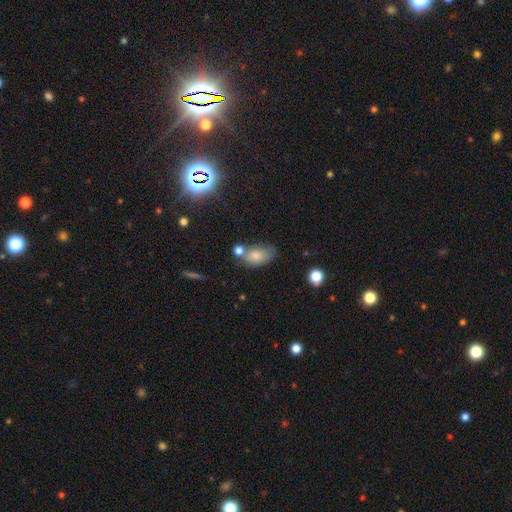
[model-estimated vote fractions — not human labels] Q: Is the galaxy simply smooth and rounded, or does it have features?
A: smooth — 77%.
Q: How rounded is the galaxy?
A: in between — 89%.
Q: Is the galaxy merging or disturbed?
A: none — 49%.